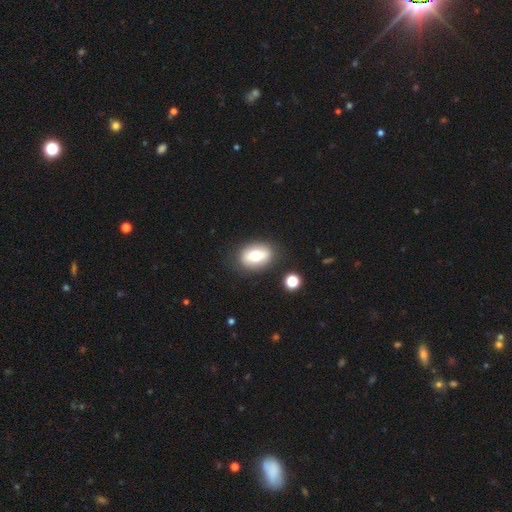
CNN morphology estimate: A smooth galaxy with no disk features (66%) that is in between round and cigar-shaped (76%).

Vote fractions:
- Smooth or featured? smooth: 66% / featured or disk: 26% / star or artifact: 9%
- How rounded? in between: 76% / round: 22% / cigar-shaped: 2%
- Merging? none: 84% / minor disturbance: 10% / major disturbance: 3% / merger: 3%